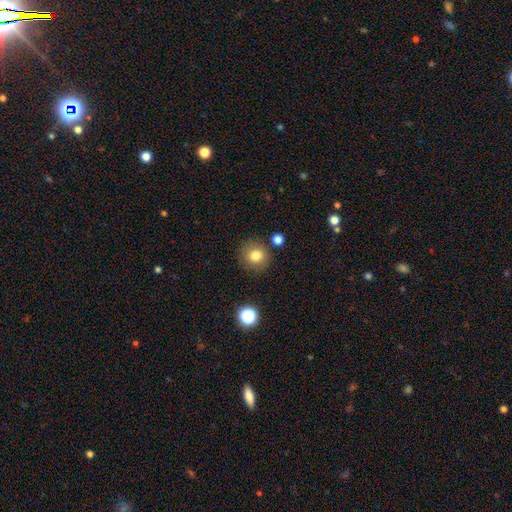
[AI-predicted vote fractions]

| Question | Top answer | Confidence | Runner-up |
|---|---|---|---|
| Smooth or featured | smooth | 81% | star or artifact (11%) |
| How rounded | round | 91% | in between (8%) |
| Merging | none | 83% | minor disturbance (9%) |